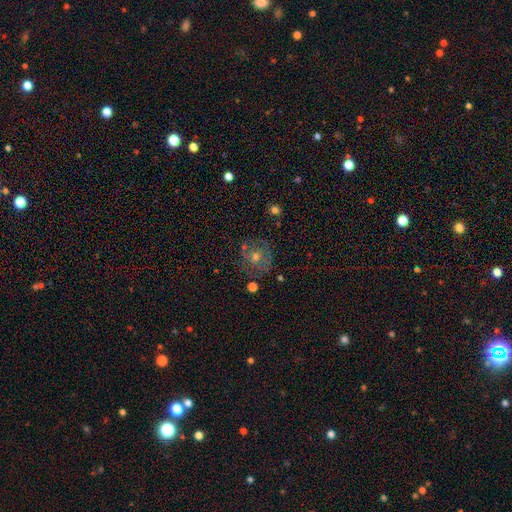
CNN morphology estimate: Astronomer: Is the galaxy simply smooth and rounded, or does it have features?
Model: featured or disk — 47% (runner-up: smooth, 40%).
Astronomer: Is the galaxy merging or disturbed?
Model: none — 68%.